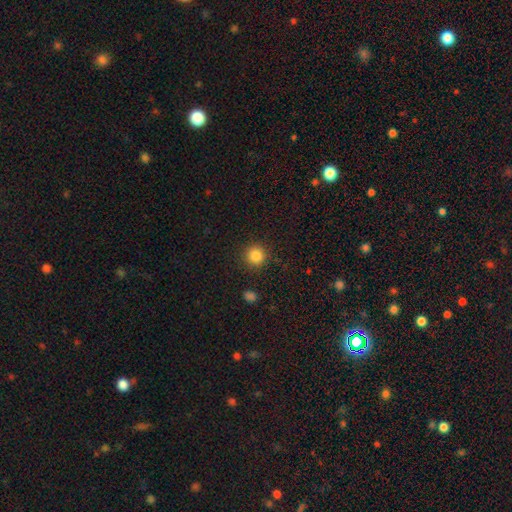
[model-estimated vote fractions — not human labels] This is clearly a smooth galaxy (84%). How rounded: clearly round (94%). Merging: clearly none (91%).